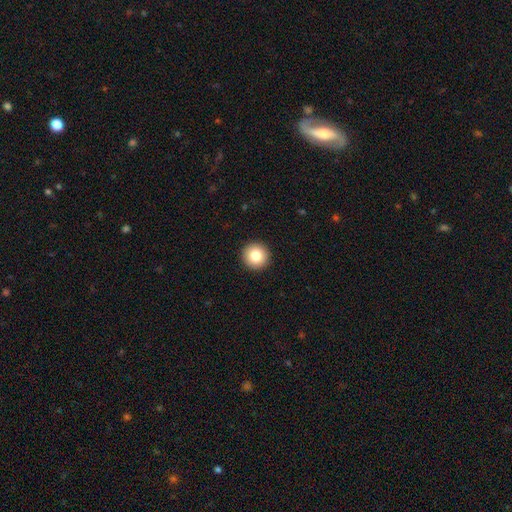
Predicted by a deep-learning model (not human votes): Smooth or featured: smooth — 83% (star or artifact — 9%)
How rounded: round — 96% (in between — 3%)
Merging: none — 94% (minor disturbance — 4%)